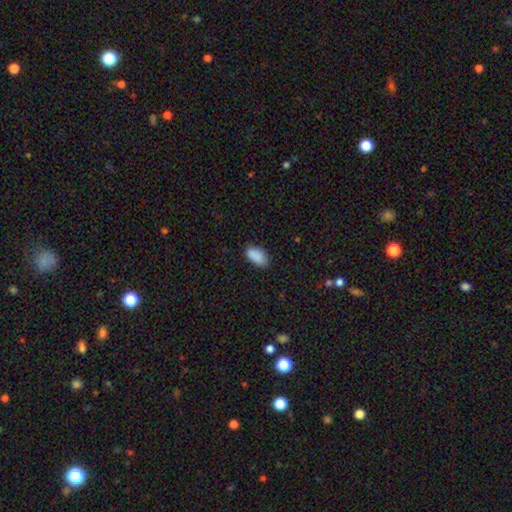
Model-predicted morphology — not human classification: Q: Smooth or featured?
A: smooth (88%); runner-up: star or artifact (8%)
Q: How rounded?
A: in between (93%); runner-up: round (4%)
Q: Merging?
A: none (78%); runner-up: minor disturbance (17%)